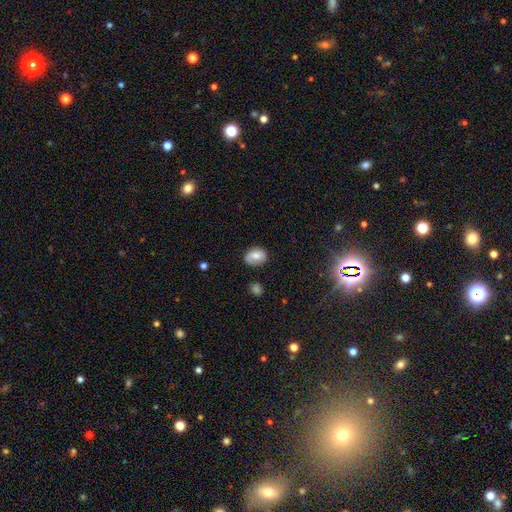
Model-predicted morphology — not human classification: A smooth galaxy with no disk features (67%) that is in between round and cigar-shaped (64%). Merging: none (68%).